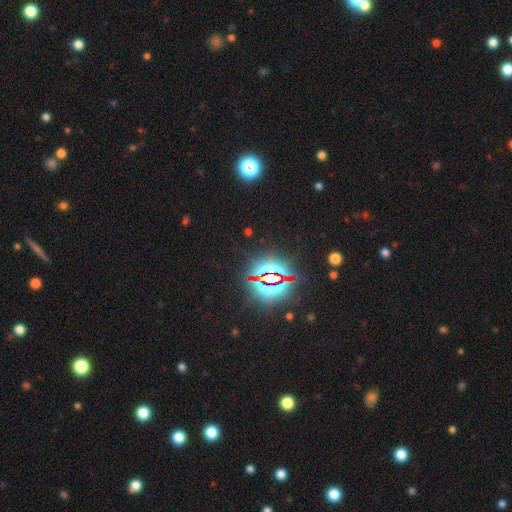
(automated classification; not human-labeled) Smooth or featured?
  - star or artifact: 84% *
  - smooth: 9%
  - featured or disk: 6%